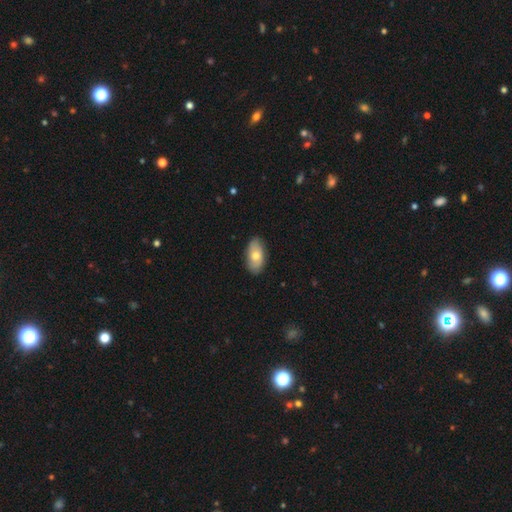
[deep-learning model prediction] Overall: smooth (69%). How rounded: in between (93%). Merging: none (85%).